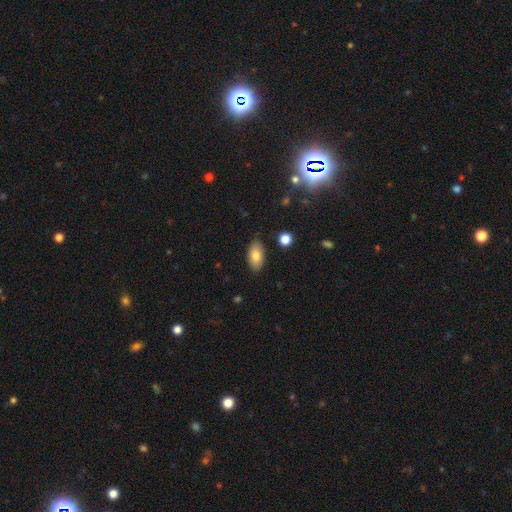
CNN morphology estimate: Smooth or featured?
  - smooth: 80% *
  - featured or disk: 12%
  - star or artifact: 7%
How rounded?
  - in between: 93% *
  - round: 4%
  - cigar-shaped: 3%
Merging?
  - none: 85% *
  - minor disturbance: 11%
  - major disturbance: 2%
  - merger: 2%